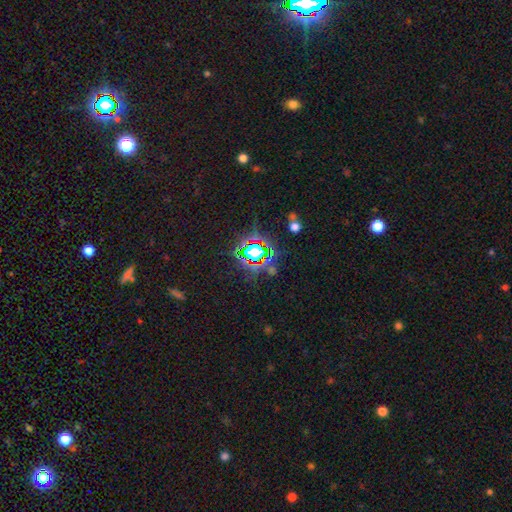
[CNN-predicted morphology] Smooth or featured? star or artifact (73%)